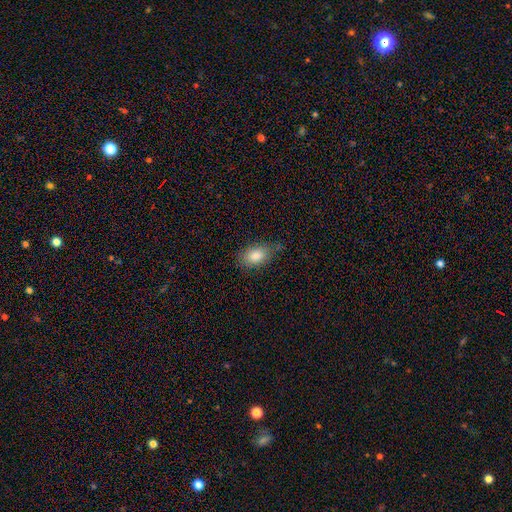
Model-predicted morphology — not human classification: Smooth or featured: smooth — 85% (star or artifact — 8%)
How rounded: in between — 85% (round — 13%)
Merging: none — 70% (minor disturbance — 23%)